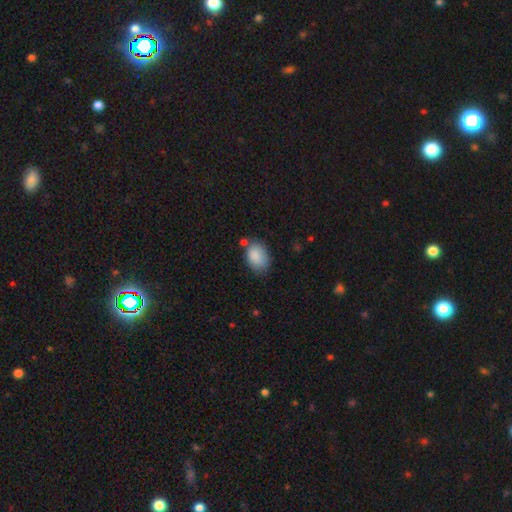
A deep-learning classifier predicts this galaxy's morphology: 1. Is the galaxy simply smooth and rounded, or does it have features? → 87% smooth, 7% star or artifact, 6% featured or disk.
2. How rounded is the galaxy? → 85% in between, 14% round, 1% cigar-shaped.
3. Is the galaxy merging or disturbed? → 63% none, 23% minor disturbance, 8% merger, 6% major disturbance.